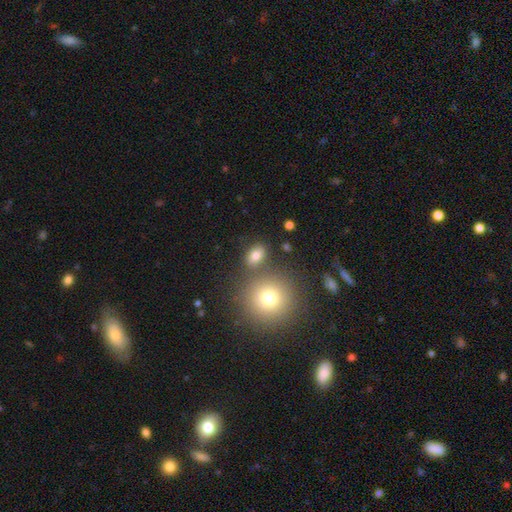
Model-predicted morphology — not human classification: smooth_or_featured: smooth (p=0.77) [alt: star or artifact p=0.13]
how_rounded: in between (p=0.72) [alt: round p=0.26]
merging: none (p=0.72) [alt: merger p=0.13]